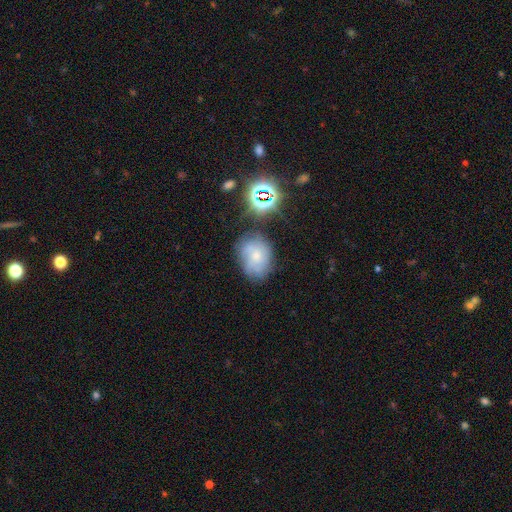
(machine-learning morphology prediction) type=featured or disk (43%); merging=none (60%).